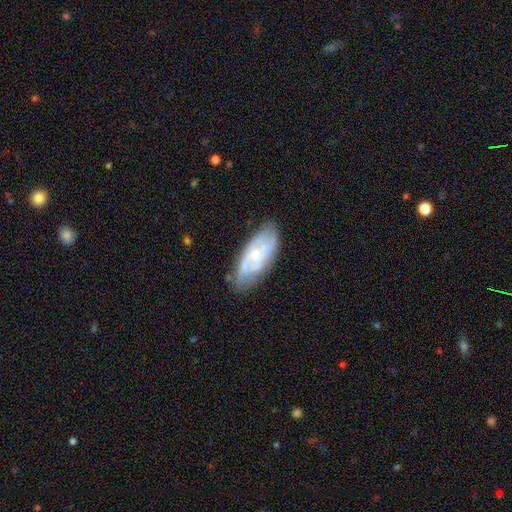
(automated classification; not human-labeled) featured or disk 65%, smooth 29%, star or artifact 7%. Down the decision tree: edge-on disk — no (89%); bar — no (60%); spiral arms — yes (77%); bulge size — small (60%); merging — none (71%).